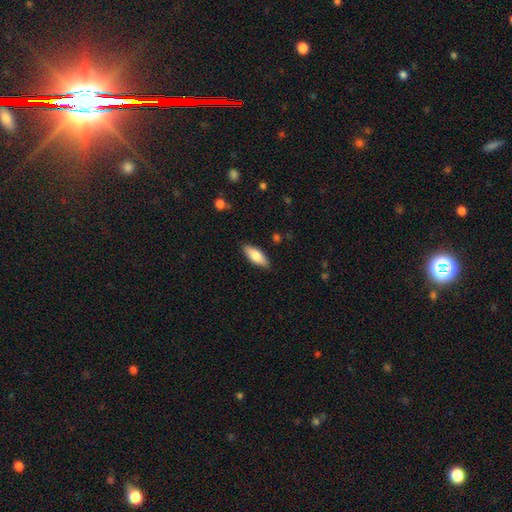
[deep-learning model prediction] smooth_or_featured: smooth (p=0.78) [alt: featured or disk p=0.16]
how_rounded: in between (p=0.71) [alt: cigar-shaped p=0.27]
merging: none (p=0.86) [alt: minor disturbance p=0.11]